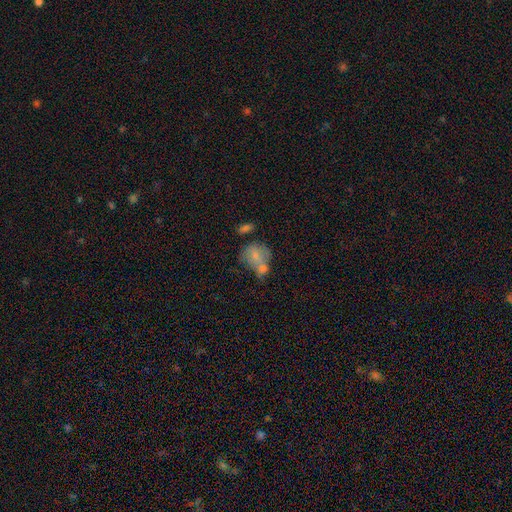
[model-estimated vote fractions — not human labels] Smooth or featured? smooth (69%)
How rounded? round (55%)
Merging? merger (46%)